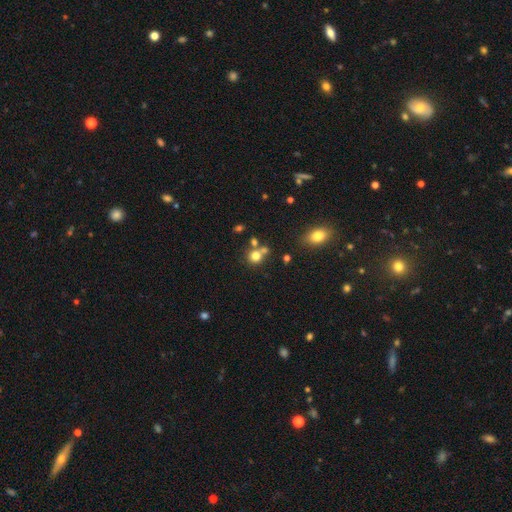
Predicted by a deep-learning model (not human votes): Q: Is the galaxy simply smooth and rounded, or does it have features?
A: smooth — 76%.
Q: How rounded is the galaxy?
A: round — 84%.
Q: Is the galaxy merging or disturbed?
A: none — 55%.